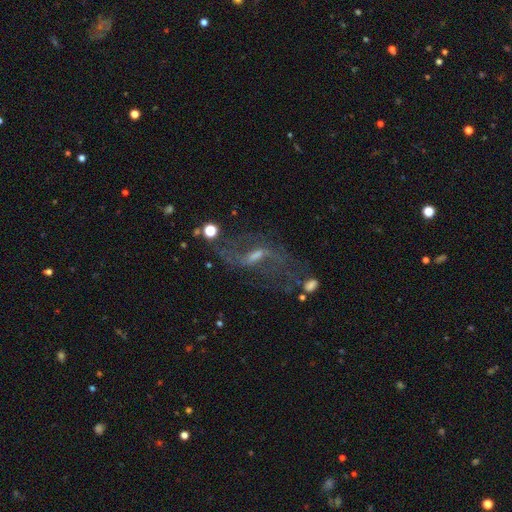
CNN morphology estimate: Q: Smooth or featured?
A: featured or disk (76%); runner-up: smooth (12%)
Q: Edge-on disk?
A: no (92%); runner-up: yes (8%)
Q: Bar?
A: weak (47%); runner-up: strong (39%)
Q: Spiral arms?
A: yes (82%); runner-up: no (18%)
Q: Spiral winding?
A: loose (71%); runner-up: medium (23%)
Q: Spiral arm count?
A: 2 (82%); runner-up: can't tell (9%)
Q: Bulge size?
A: small (38%); runner-up: moderate (35%)
Q: Merging?
A: none (51%); runner-up: major disturbance (26%)